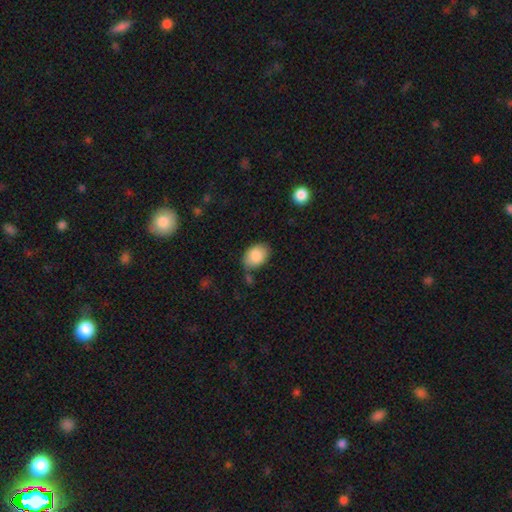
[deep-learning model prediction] The model was most divided on "merging": none: 71%, minor disturbance: 19%, merger: 6%, major disturbance: 4%. More confident: smooth or featured — smooth (86%); how rounded — in between (80%).